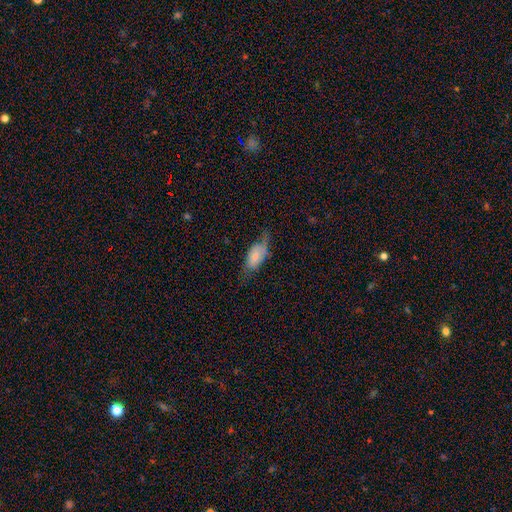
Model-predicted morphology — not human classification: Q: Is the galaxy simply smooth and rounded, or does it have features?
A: smooth — 62%.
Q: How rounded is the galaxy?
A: in between — 90%.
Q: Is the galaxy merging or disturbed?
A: none — 38%.